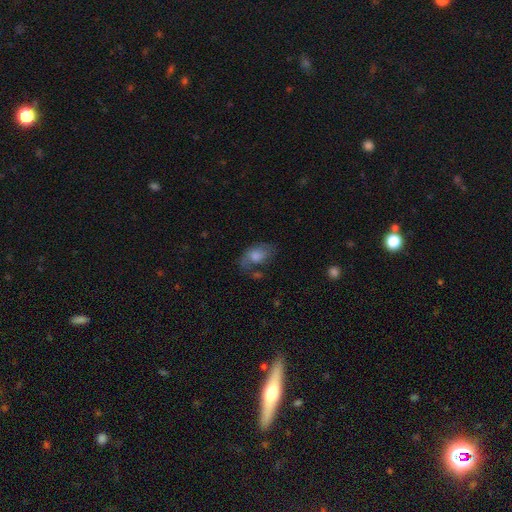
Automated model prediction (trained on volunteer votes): This appears to be a smooth galaxy with no disk features (56%) that is in between round and cigar-shaped (86%). Merging: none (45%).